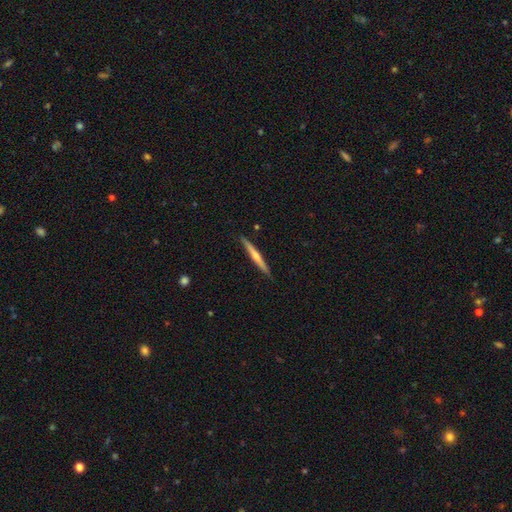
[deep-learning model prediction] Smooth or featured? Predicted: featured or disk (p=0.55). Edge-on disk? Predicted: yes (p=0.97). Edge-on bulge? Predicted: rounded (p=0.63). Merging? Predicted: none (p=0.90).